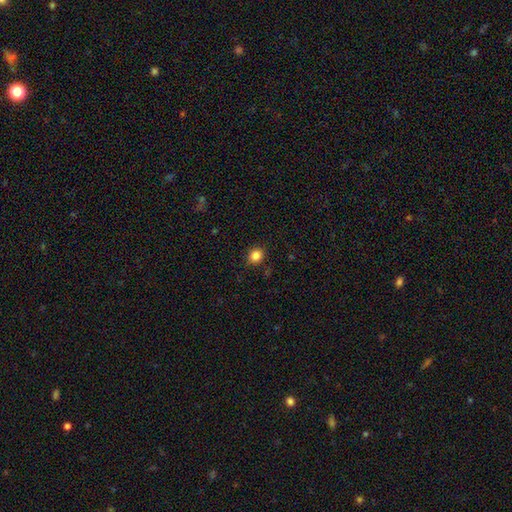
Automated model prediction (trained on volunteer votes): smooth_or_featured: smooth (p=0.85) [alt: star or artifact p=0.11]
how_rounded: round (p=0.77) [alt: in between p=0.22]
merging: none (p=0.88) [alt: minor disturbance p=0.09]